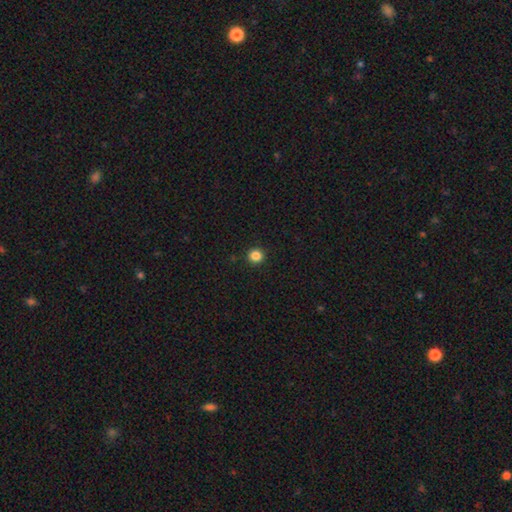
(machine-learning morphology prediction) A smooth galaxy with no disk features (85%) that is round (93%).

Vote fractions:
- Smooth or featured? smooth: 85% / star or artifact: 12% / featured or disk: 3%
- How rounded? round: 93% / in between: 6% / cigar-shaped: 1%
- Merging? none: 93% / minor disturbance: 5% / major disturbance: 2% / merger: 1%